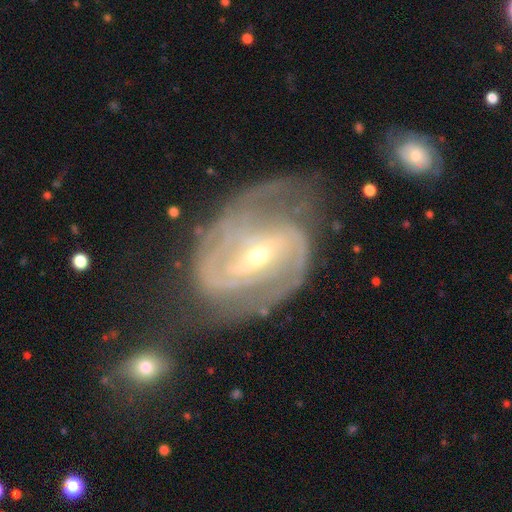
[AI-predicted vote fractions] smooth-or-featured: featured or disk: 90% | star or artifact: 5% | smooth: 4%
  disk-edge-on: no: 97% | yes: 3%
    bar: strong: 42% | weak: 41% | no: 16%
    has-spiral-arms: yes: 97% | no: 3%
      spiral-winding: tight: 47% | medium: 43% | loose: 11%
      spiral-arm-count: 2: 60% | 3: 15% | can't tell: 13% | 4: 5% | 1: 4% | more than 4: 4%
    bulge-size: small: 67% | moderate: 29% | large: 1% | none: 1% | dominant: 1%
  merging: none: 59% | minor disturbance: 22% | major disturbance: 14% | merger: 5%